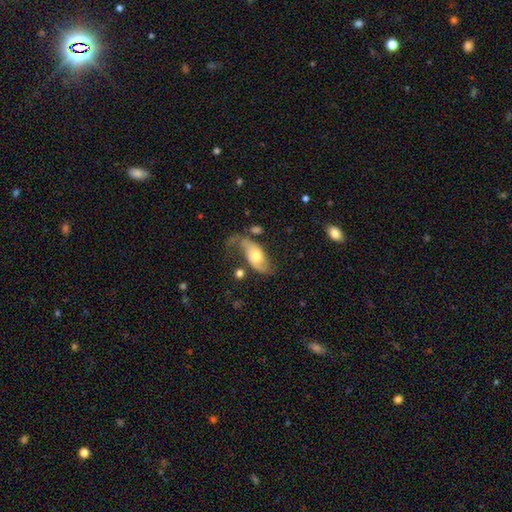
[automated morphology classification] smooth-or-featured: featured or disk: 61% | smooth: 33% | star or artifact: 6%
  disk-edge-on: no: 91% | yes: 9%
    bar: no: 70% | weak: 23% | strong: 7%
    has-spiral-arms: yes: 82% | no: 18%
    bulge-size: moderate: 67% | small: 19% | large: 10% | none: 2% | dominant: 2%
  merging: none: 41% | major disturbance: 26% | minor disturbance: 25% | merger: 7%